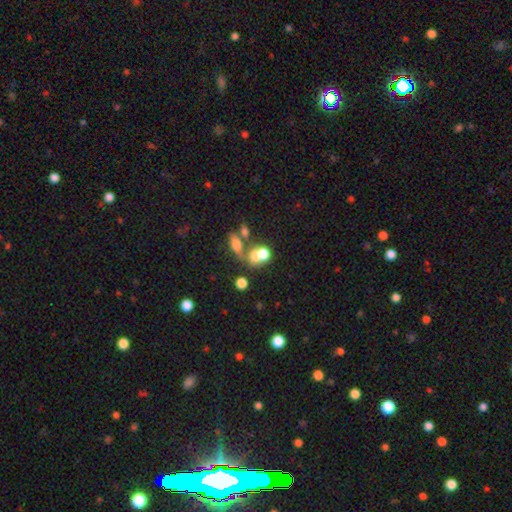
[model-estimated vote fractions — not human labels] This appears to be a smooth galaxy with no disk features (61%) that is round (56%). Merging: merger (54%).